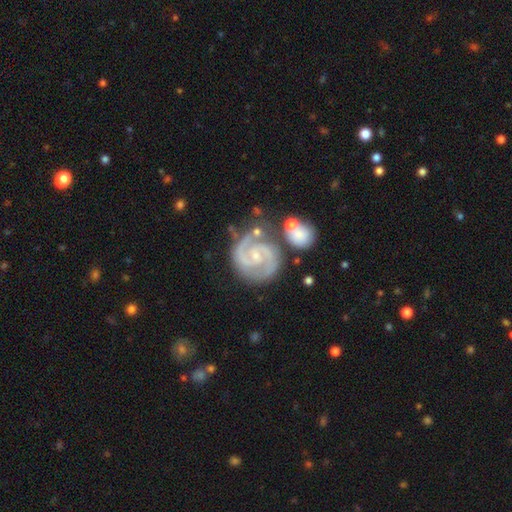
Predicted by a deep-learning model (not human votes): The model was most divided on "spiral winding": tight: 53%, medium: 42%, loose: 5%. Remaining: spiral arms — yes (98%); edge-on disk — no (98%); smooth or featured — featured or disk (92%); spiral arm count — 2 (89%); bulge size — small (71%); merging — none (67%); bar — no (50%).